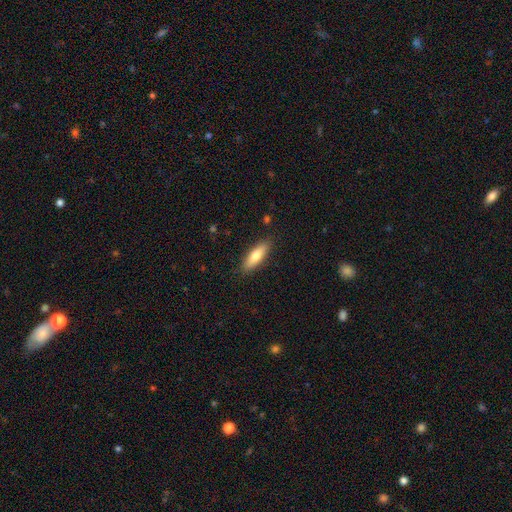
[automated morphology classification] Smooth or featured?
  - smooth: 74% *
  - featured or disk: 20%
  - star or artifact: 6%
How rounded?
  - in between: 49% * (tied)
  - cigar-shaped: 49% * (tied)
  - round: 2%
Merging?
  - none: 87% *
  - minor disturbance: 9%
  - major disturbance: 2%
  - merger: 1%